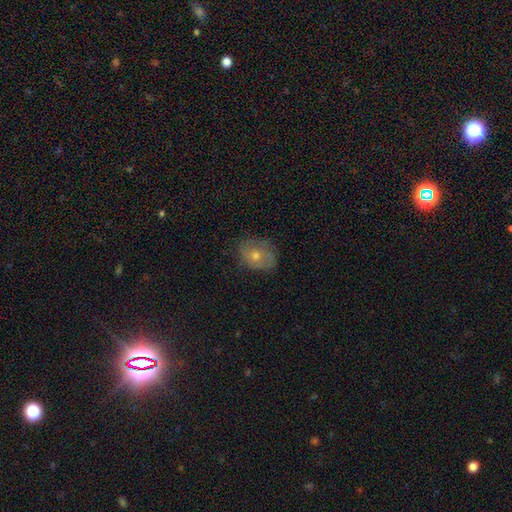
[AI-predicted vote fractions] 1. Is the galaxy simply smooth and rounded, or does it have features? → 48% smooth, 38% featured or disk, 14% star or artifact.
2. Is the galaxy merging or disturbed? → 73% none, 20% minor disturbance, 6% major disturbance, 1% merger.